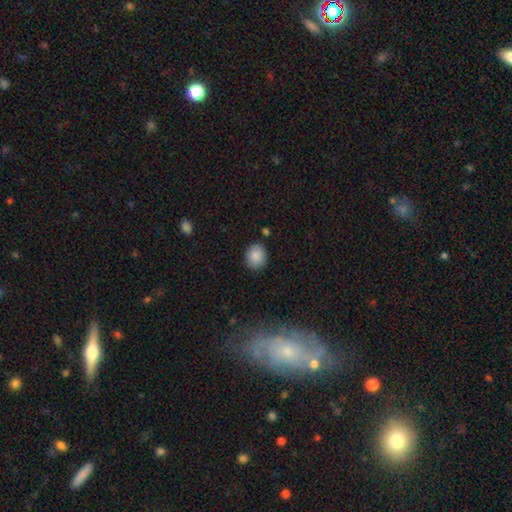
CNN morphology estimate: The model was most divided on "how rounded": round: 68%, in between: 31%, cigar-shaped: 1%. More confident: smooth or featured — smooth (88%); merging — none (85%).